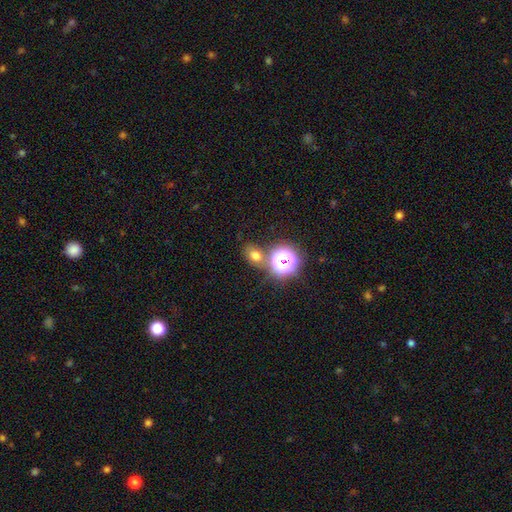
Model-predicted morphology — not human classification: smooth-or-featured: smooth: 63% | star or artifact: 28% | featured or disk: 9%
  how-rounded: in between: 55% | round: 44% | cigar-shaped: 1%
  merging: none: 68% | merger: 16% | minor disturbance: 11% | major disturbance: 4%